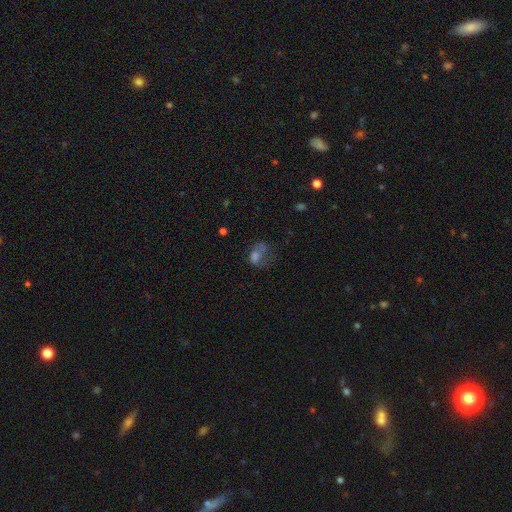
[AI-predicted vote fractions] smooth 46%, featured or disk 30%, star or artifact 24%. Down the decision tree: merging — major disturbance (37%).